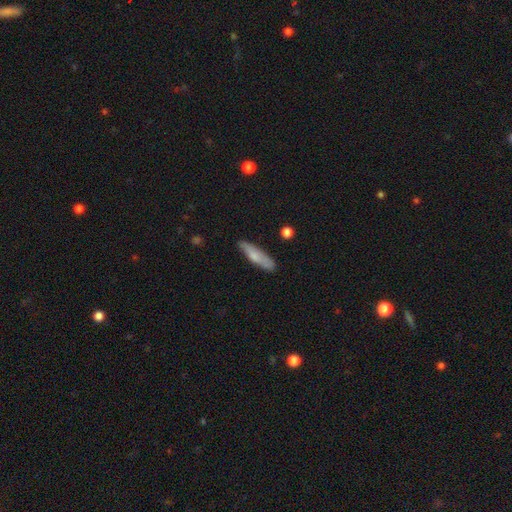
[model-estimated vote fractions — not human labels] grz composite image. It shows a smooth galaxy with no disk features (69%) that is cigar-shaped (74%). Merging: none (79%).